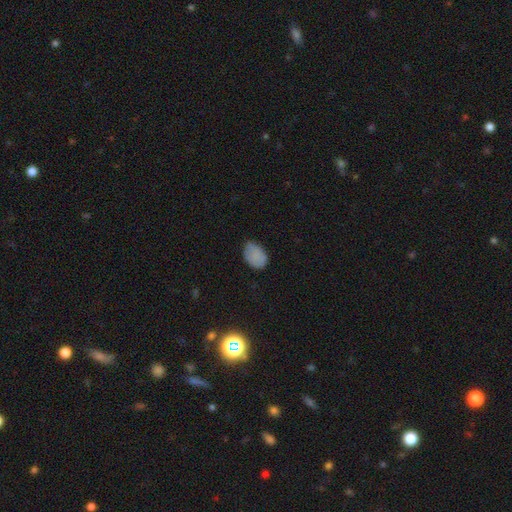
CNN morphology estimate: This appears to be a smooth galaxy with no disk features (83%) that is in between round and cigar-shaped (84%). Merging: none (61%).